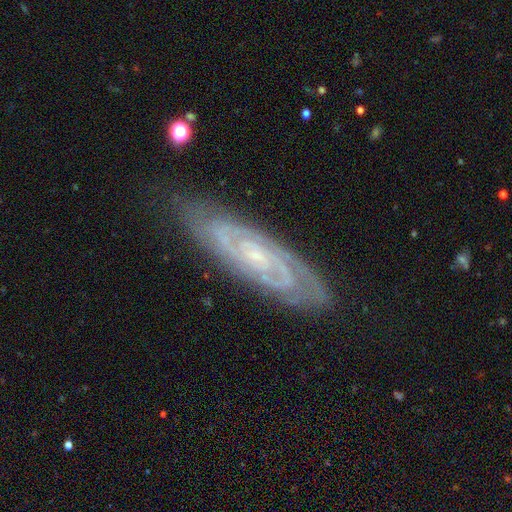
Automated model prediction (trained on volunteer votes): Q: Smooth or featured?
A: featured or disk (86%); runner-up: smooth (8%)
Q: Edge-on disk?
A: no (86%); runner-up: yes (14%)
Q: Bar?
A: no (61%); runner-up: weak (31%)
Q: Spiral arms?
A: yes (96%); runner-up: no (4%)
Q: Spiral winding?
A: tight (72%); runner-up: medium (24%)
Q: Spiral arm count?
A: 2 (39%); runner-up: can't tell (27%)
Q: Bulge size?
A: small (77%); runner-up: moderate (16%)
Q: Merging?
A: none (78%); runner-up: minor disturbance (17%)